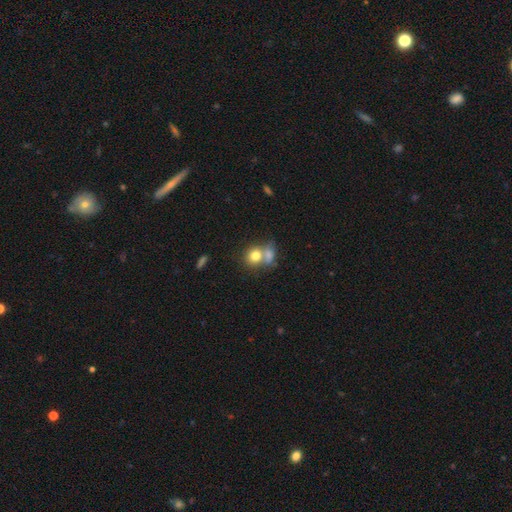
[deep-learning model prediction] This is likely a smooth galaxy (77%). How rounded: likely round (70%). Merging: possibly merger (52%).